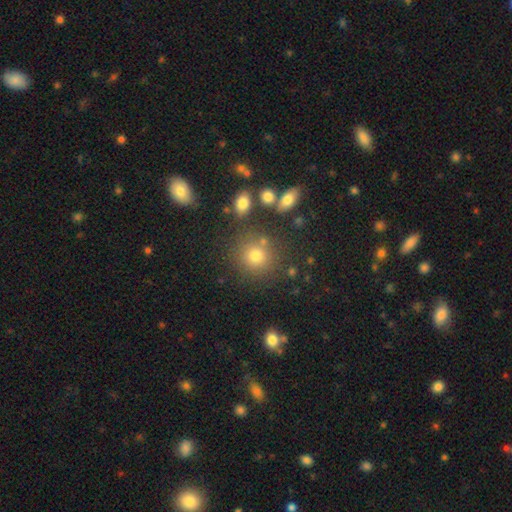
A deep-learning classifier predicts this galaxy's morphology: This appears to be a smooth galaxy with no disk features (74%) that is round (86%). Merging: none (76%).